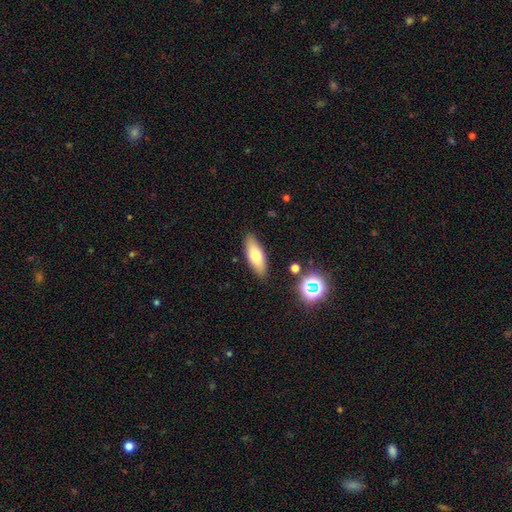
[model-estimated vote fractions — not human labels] Smooth or featured? Predicted: smooth (p=0.68). How rounded? Predicted: in between (p=0.65). Merging? Predicted: none (p=0.87).